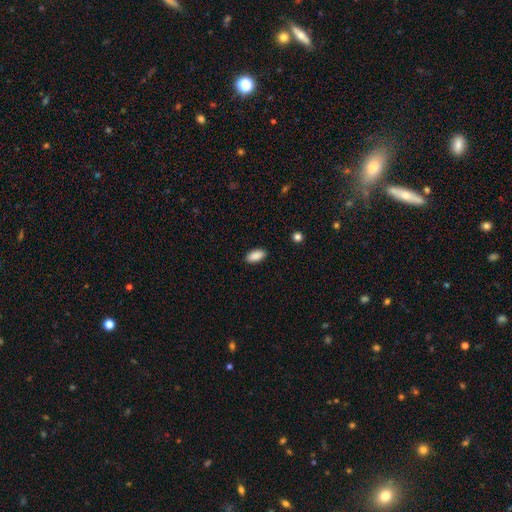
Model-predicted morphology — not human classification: This is clearly a smooth galaxy (90%). How rounded: clearly in between (91%). Merging: clearly none (89%).